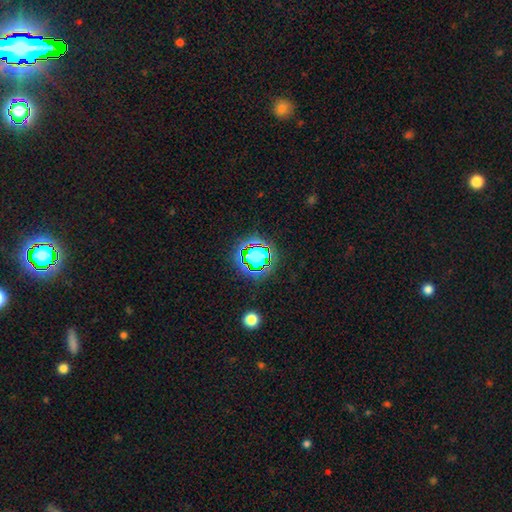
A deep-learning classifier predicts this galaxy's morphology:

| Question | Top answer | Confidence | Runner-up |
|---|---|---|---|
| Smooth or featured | star or artifact | 53% | smooth (35%) |